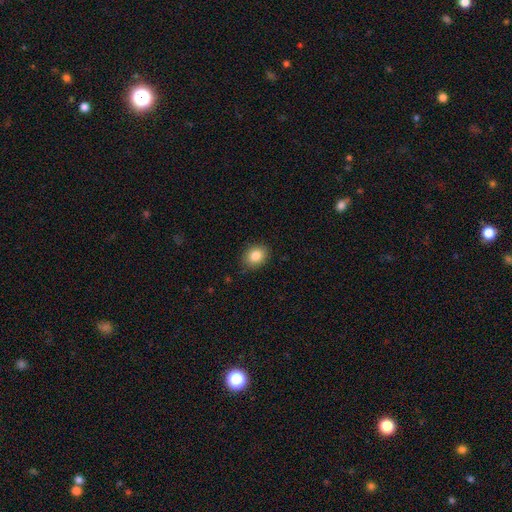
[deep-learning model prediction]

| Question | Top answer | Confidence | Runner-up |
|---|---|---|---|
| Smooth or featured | smooth | 84% | star or artifact (9%) |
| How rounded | round | 50% | in between (49%) |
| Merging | none | 86% | minor disturbance (11%) |